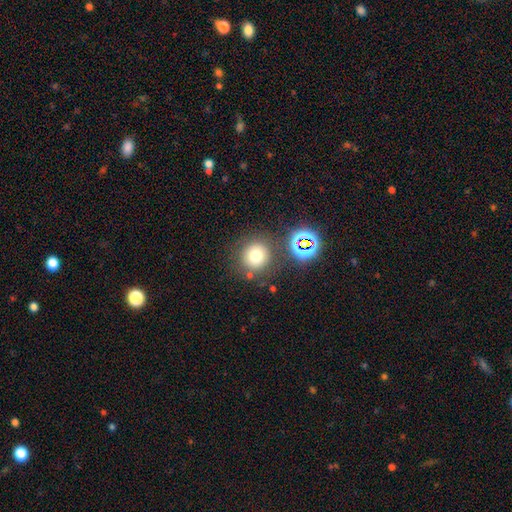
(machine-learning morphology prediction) type=smooth (73%); roundness=round (92%); merging=none (79%).